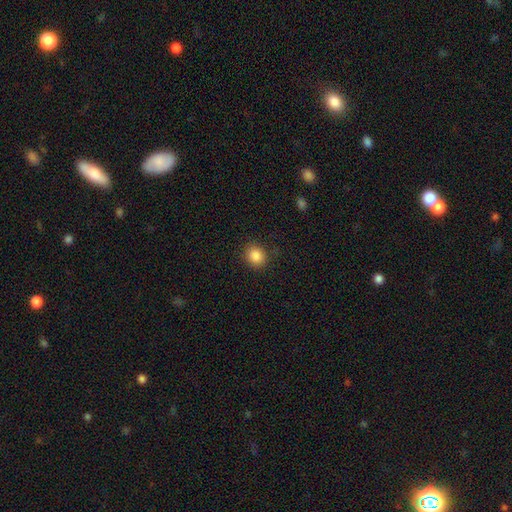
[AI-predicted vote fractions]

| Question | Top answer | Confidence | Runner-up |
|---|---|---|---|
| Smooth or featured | smooth | 86% | star or artifact (10%) |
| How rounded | round | 71% | in between (28%) |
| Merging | none | 87% | minor disturbance (9%) |